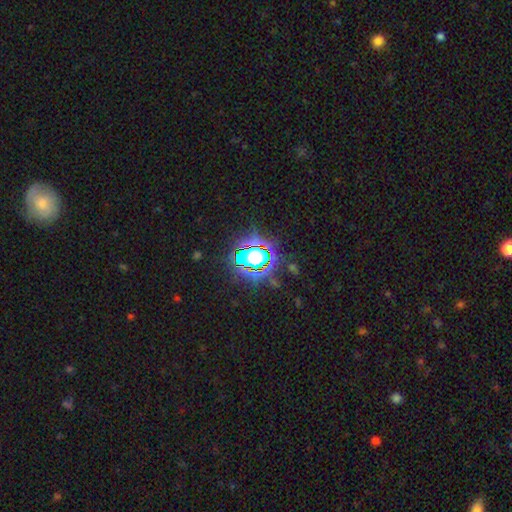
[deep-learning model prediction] Smooth or featured: star or artifact — 68% (smooth — 19%)